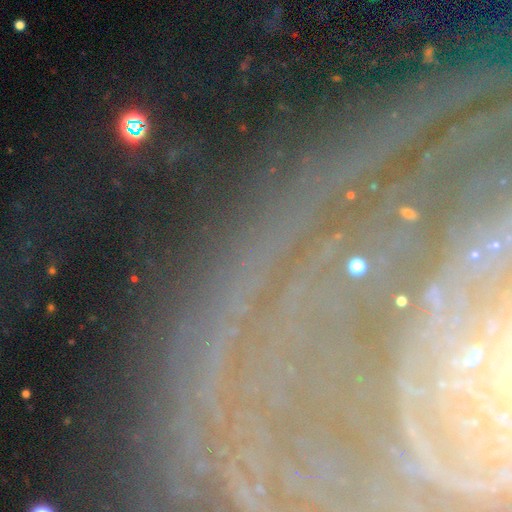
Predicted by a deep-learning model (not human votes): Morphology: type=star or artifact (49%).